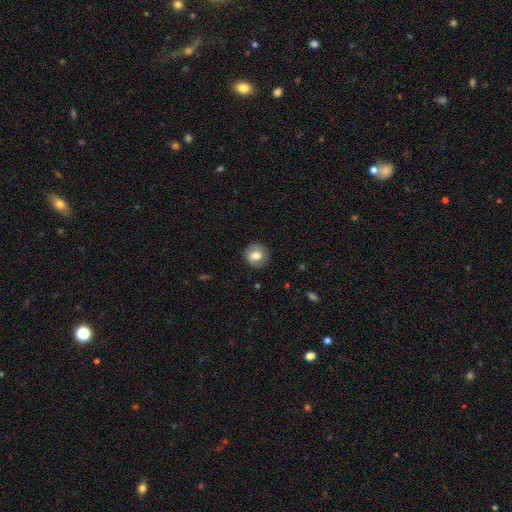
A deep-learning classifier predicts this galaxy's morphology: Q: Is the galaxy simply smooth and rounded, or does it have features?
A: smooth — 67%.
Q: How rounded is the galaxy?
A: round — 83%.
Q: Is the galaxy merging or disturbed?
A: none — 85%.